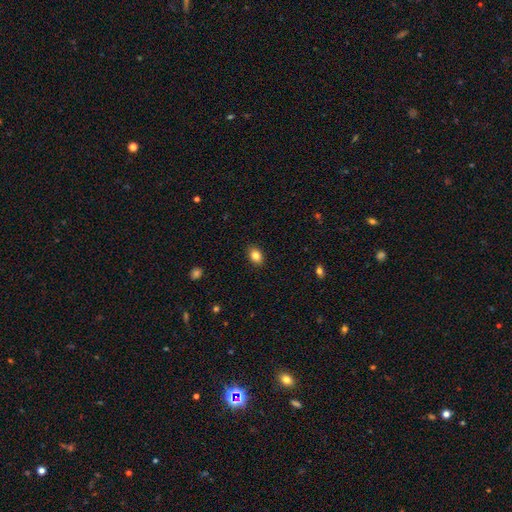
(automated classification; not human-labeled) A smooth galaxy with no disk features (84%) that is in between round and cigar-shaped (77%). Merging: none (89%).